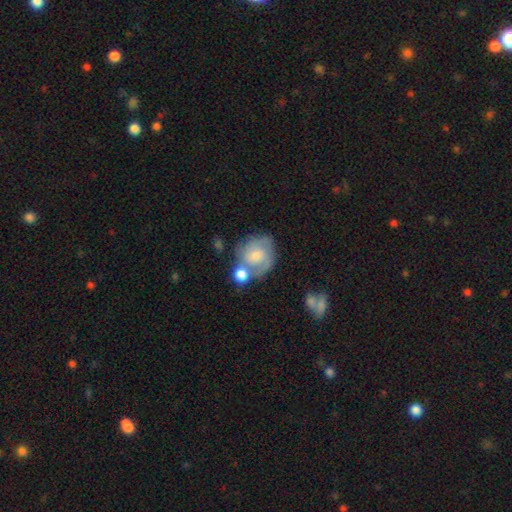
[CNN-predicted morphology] Overall: featured or disk (61%; smooth 32%). Edge-on disk: no (97%). Bar: no (62%; weak 33%). Spiral arms: yes (86%). Spiral arm count: 2 (45%; can't tell 27%). Spiral winding: tight (48%; medium 39%). Bulge size: small (48%; moderate 42%). Merging: none (41%; merger 35%).